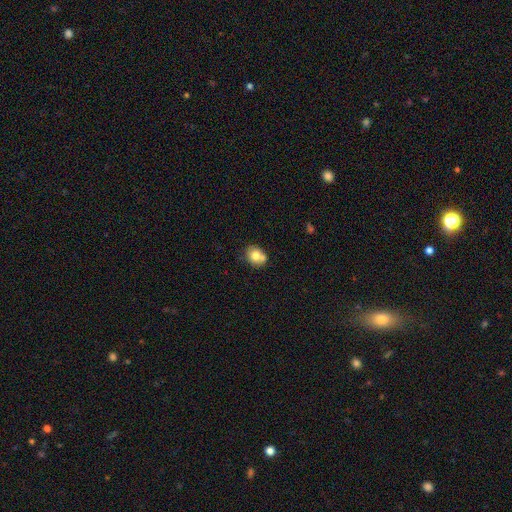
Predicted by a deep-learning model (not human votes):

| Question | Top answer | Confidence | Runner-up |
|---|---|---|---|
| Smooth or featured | smooth | 74% | featured or disk (16%) |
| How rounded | round | 58% | in between (41%) |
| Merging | none | 52% | merger (28%) |